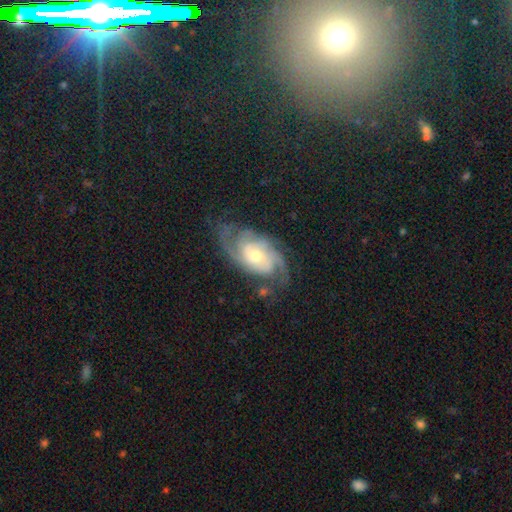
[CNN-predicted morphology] A featured or disk galaxy (88%) with no bar (67%), 2 (34%) tight (48%) spiral arms (97%) and a moderate central bulge (63%). Merging: none (68%).